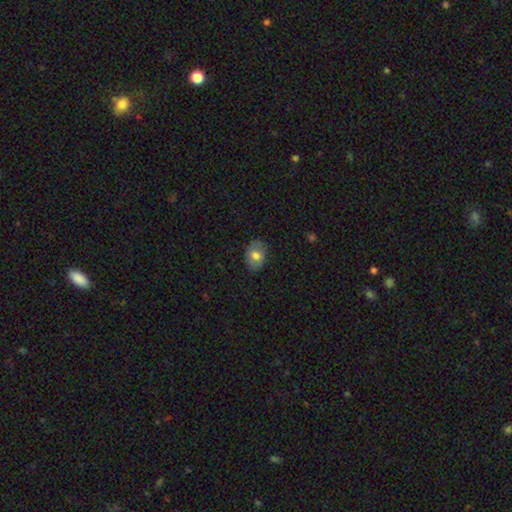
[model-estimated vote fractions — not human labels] A smooth galaxy with no disk features (71%) that is in between round and cigar-shaped (76%). Merging: none (82%).